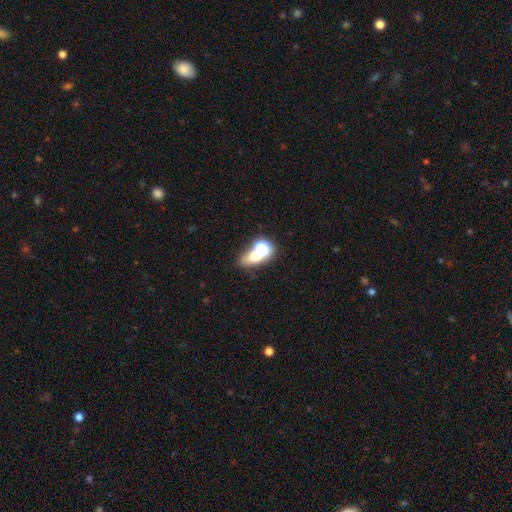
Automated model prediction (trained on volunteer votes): Morphology: type=smooth (54%); roundness=in between (52%); merging=merger (43%).